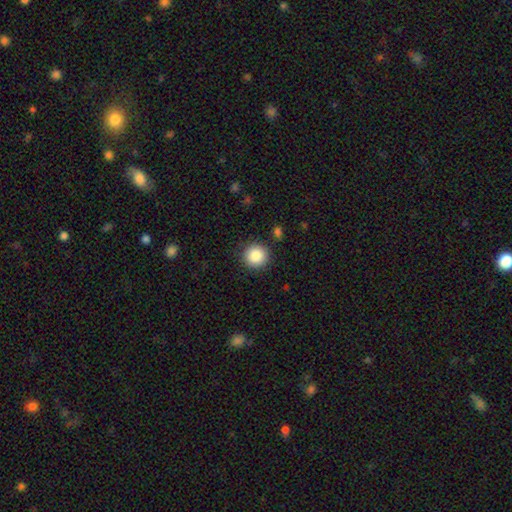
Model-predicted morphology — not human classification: This is clearly a smooth galaxy (86%). How rounded: clearly round (94%). Merging: clearly none (89%).